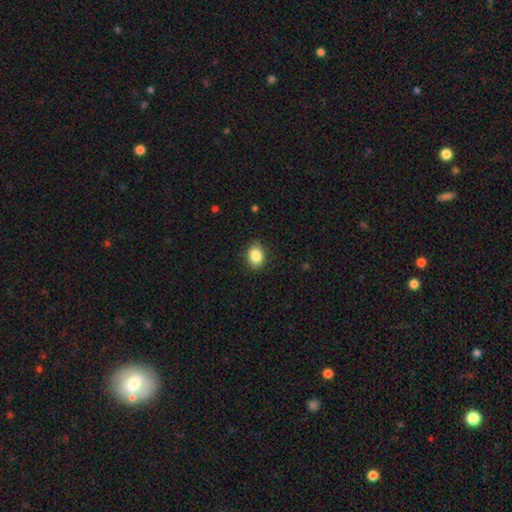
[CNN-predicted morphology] Smooth or featured? smooth (86%)
How rounded? in between (63%)
Merging? none (84%)